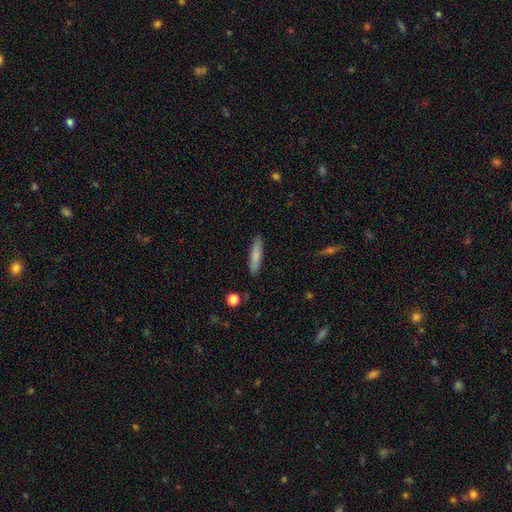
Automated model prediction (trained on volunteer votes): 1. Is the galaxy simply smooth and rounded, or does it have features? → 80% smooth, 14% featured or disk, 6% star or artifact.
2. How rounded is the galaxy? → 83% cigar-shaped, 16% in between, 1% round.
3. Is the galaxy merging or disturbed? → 89% none, 8% minor disturbance, 2% major disturbance, 1% merger.